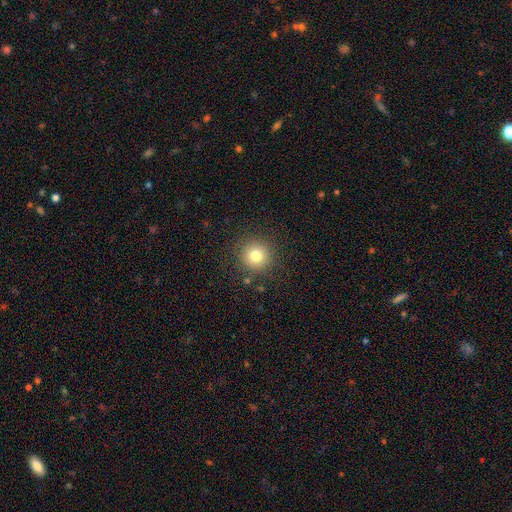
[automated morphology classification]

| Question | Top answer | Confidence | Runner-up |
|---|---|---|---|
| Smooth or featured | smooth | 78% | star or artifact (13%) |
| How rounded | round | 95% | in between (4%) |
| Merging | none | 88% | minor disturbance (7%) |